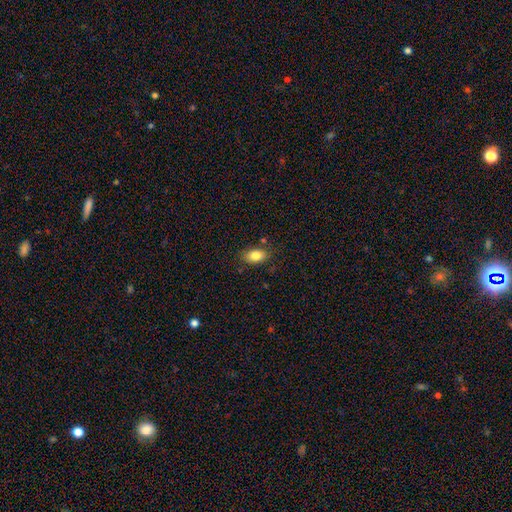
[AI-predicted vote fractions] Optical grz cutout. It shows a smooth galaxy with no disk features (84%) that is in between round and cigar-shaped (87%). Merging: none (81%).